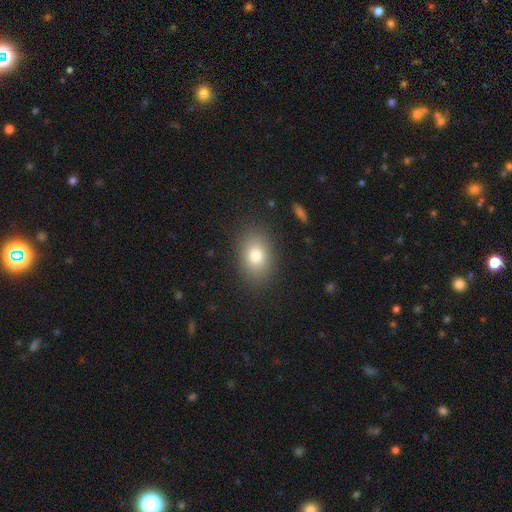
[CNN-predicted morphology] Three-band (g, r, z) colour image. It shows a smooth galaxy with no disk features (77%) that is in between round and cigar-shaped (77%). Merging: none (86%).